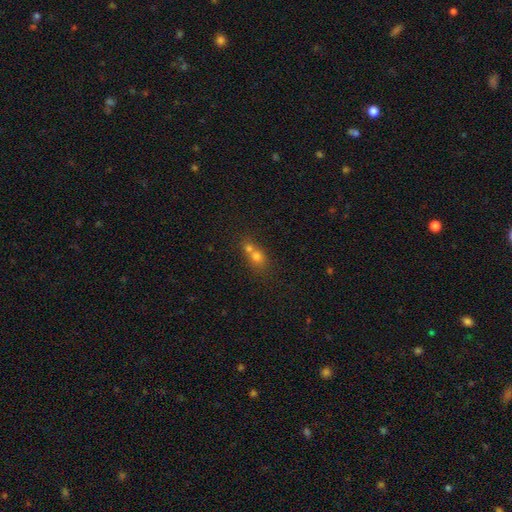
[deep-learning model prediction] Smooth or featured? Predicted: smooth (p=0.65). How rounded? Predicted: round (p=0.67). Merging? Predicted: merger (p=0.59).